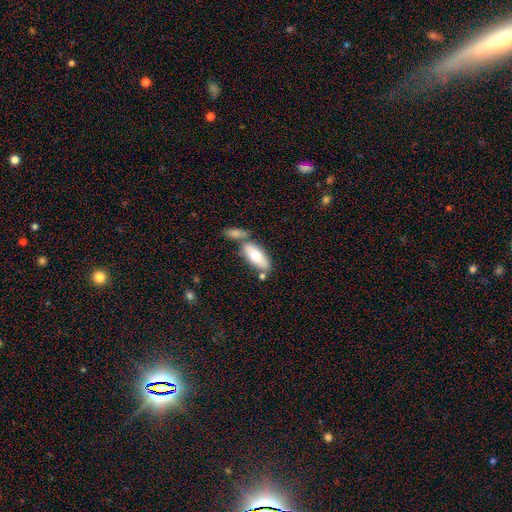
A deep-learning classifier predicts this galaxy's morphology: smooth-or-featured: smooth: 70% | featured or disk: 25% | star or artifact: 6%
  how-rounded: in between: 80% | cigar-shaped: 17% | round: 2%
  merging: none: 57% | merger: 27% | minor disturbance: 13% | major disturbance: 4%